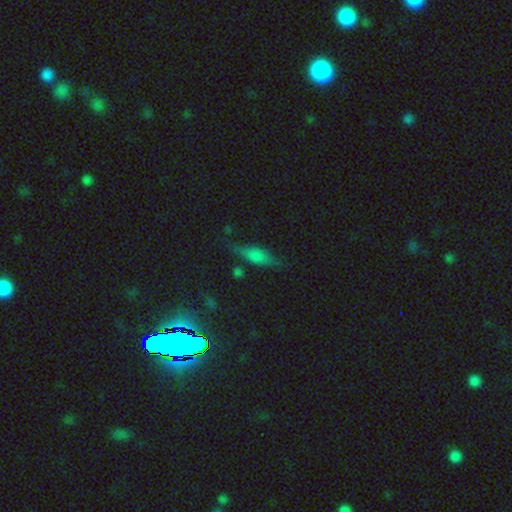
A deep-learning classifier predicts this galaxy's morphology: This is possibly a smooth galaxy (45%). Merging: likely none (76%).